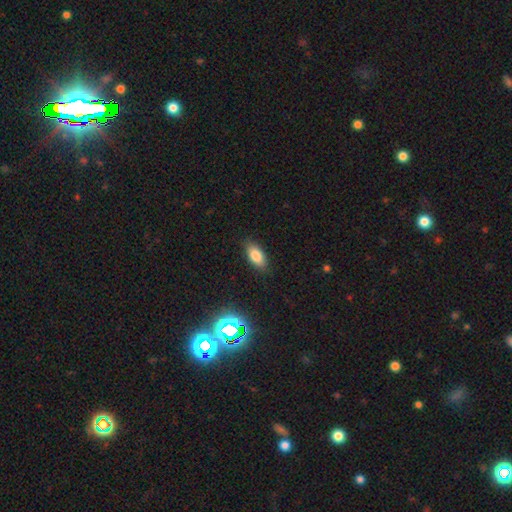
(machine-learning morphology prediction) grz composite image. It shows a smooth galaxy with no disk features (79%) that is in between round and cigar-shaped (87%). Merging: none (86%).